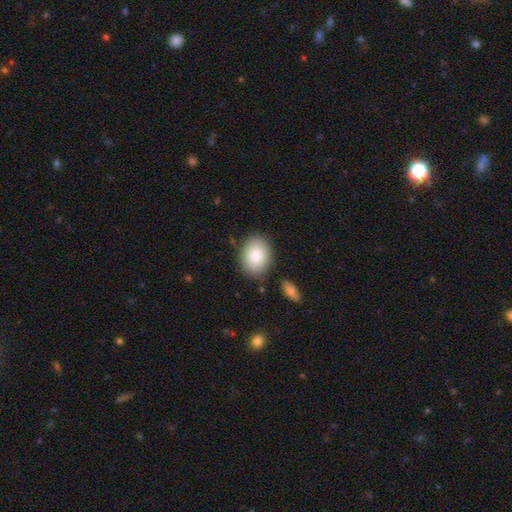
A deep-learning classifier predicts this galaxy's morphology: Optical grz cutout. It shows a smooth galaxy with no disk features (87%) that is in between round and cigar-shaped (66%). Merging: none (82%).